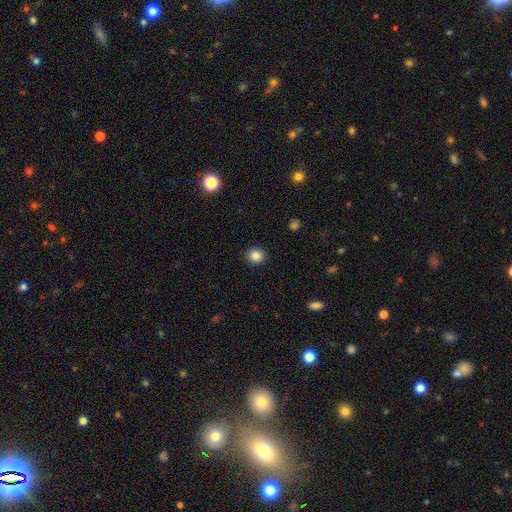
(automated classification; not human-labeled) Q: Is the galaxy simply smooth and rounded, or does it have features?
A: smooth — 86%.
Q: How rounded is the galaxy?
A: round — 91%.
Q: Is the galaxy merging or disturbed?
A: none — 92%.